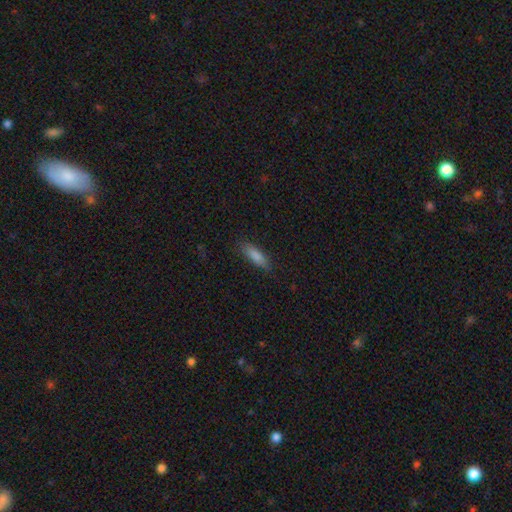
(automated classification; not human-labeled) The model was most divided on "how rounded": cigar-shaped: 56%, in between: 42%, round: 2%. More confident: merging — none (84%); smooth or featured — smooth (82%).